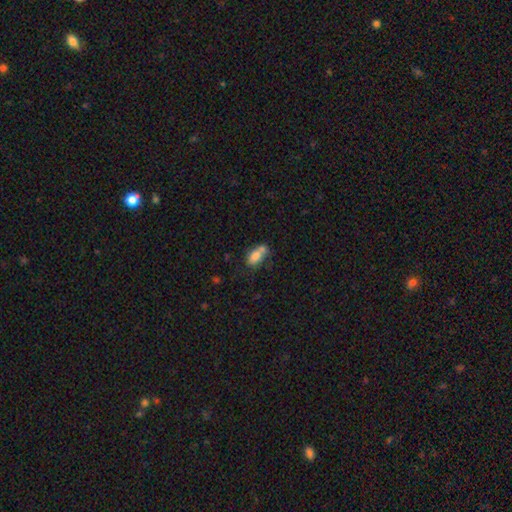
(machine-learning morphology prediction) Smooth or featured? smooth (77%)
How rounded? in between (87%)
Merging? none (37%)